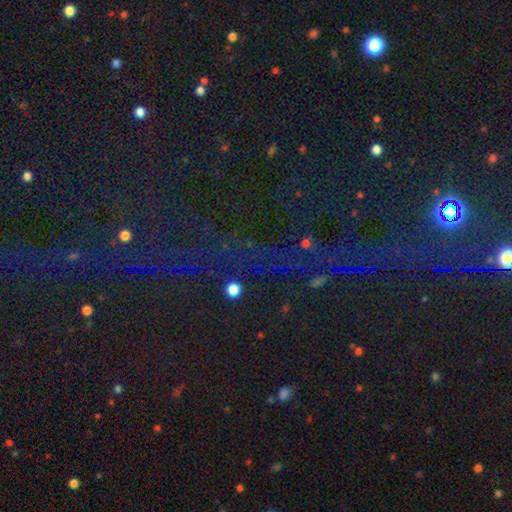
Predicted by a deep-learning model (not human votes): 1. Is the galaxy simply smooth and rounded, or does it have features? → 81% star or artifact, 12% smooth, 7% featured or disk.